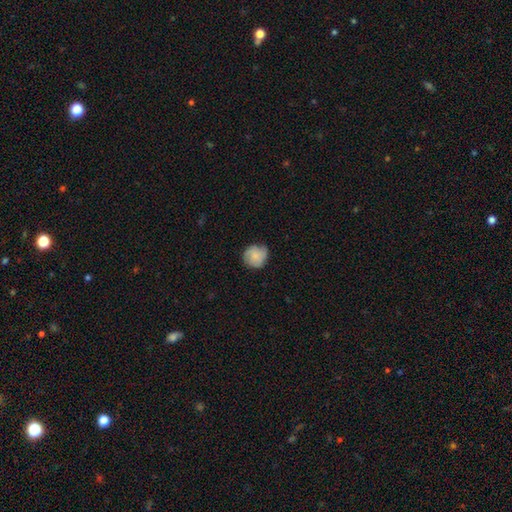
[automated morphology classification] The model was most divided on "merging": none: 69%, minor disturbance: 25%, major disturbance: 5%, merger: 1%. More confident: how rounded — round (85%); smooth or featured — smooth (72%).